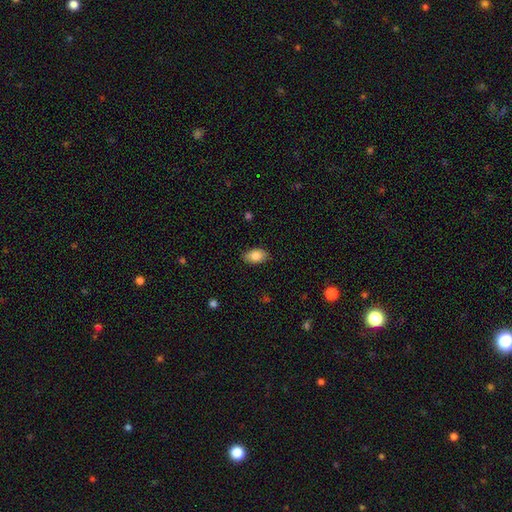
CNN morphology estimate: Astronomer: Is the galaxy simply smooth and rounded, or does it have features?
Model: smooth — 85%.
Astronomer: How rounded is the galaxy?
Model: in between — 91%.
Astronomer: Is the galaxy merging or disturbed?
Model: none — 85%.